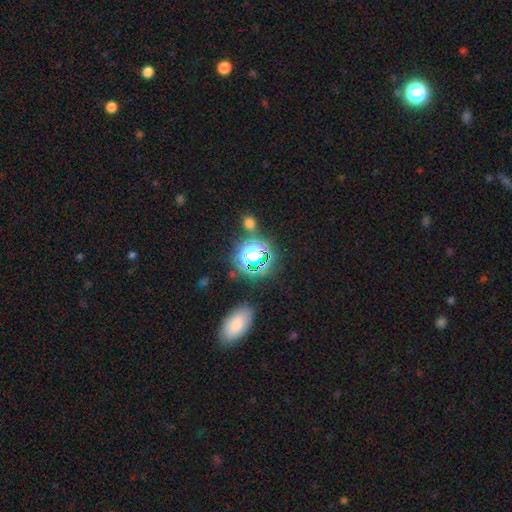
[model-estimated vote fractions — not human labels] Smooth or featured? Predicted: star or artifact (p=0.54).